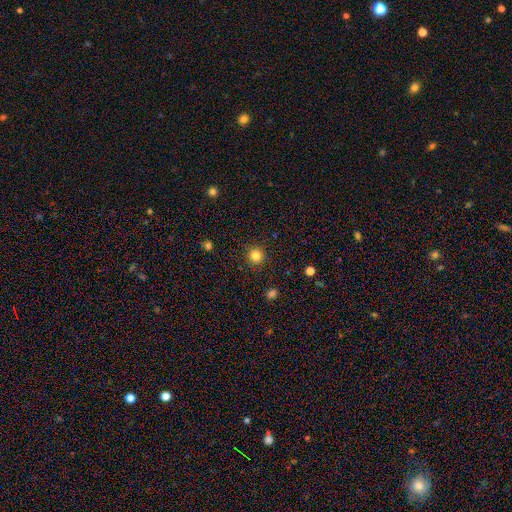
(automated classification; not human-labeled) smooth_or_featured: smooth (p=0.83) [alt: star or artifact p=0.13]
how_rounded: round (p=0.94) [alt: in between p=0.05]
merging: none (p=0.91) [alt: minor disturbance p=0.06]